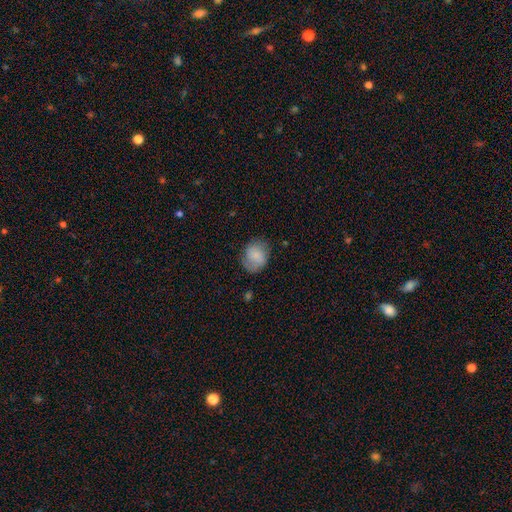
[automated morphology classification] A smooth galaxy with no disk features (77%) that is round (53%). Merging: none (67%).